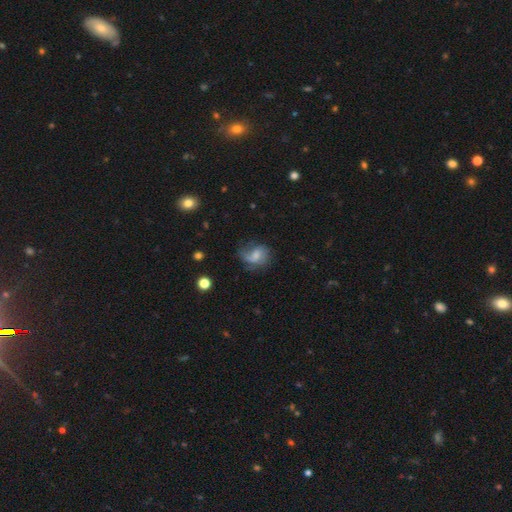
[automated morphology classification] smooth_or_featured: featured or disk (p=0.49) [alt: smooth p=0.41]
merging: none (p=0.44) [alt: minor disturbance p=0.27]